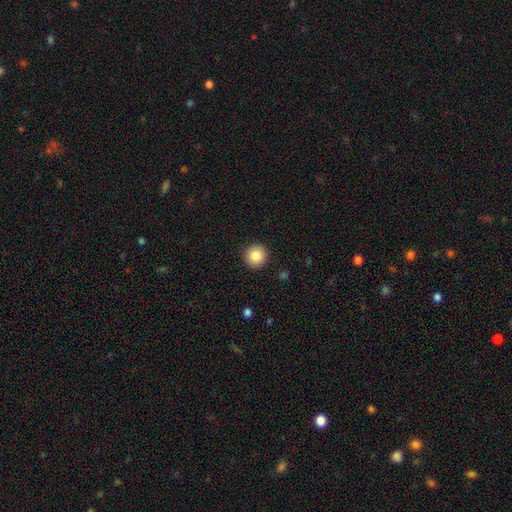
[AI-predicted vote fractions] Overall: smooth (85%). How rounded: round (95%). Merging: none (92%).